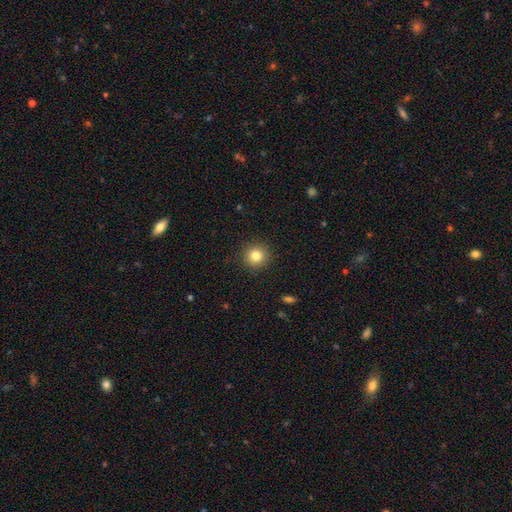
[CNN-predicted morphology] Q: Smooth or featured?
A: smooth (82%); runner-up: star or artifact (11%)
Q: How rounded?
A: round (94%); runner-up: in between (5%)
Q: Merging?
A: none (91%); runner-up: minor disturbance (6%)